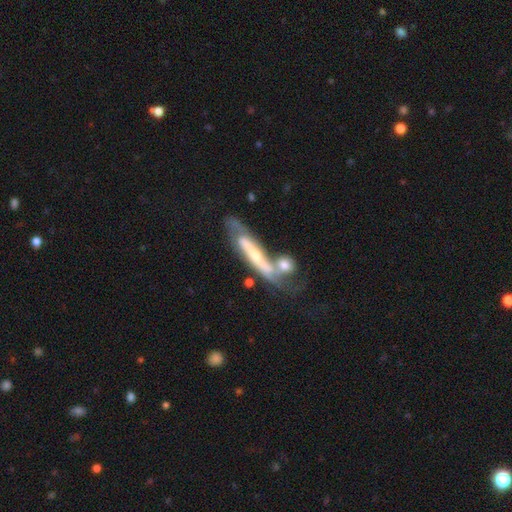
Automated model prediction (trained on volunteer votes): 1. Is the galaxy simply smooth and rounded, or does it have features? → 71% featured or disk, 23% smooth, 6% star or artifact.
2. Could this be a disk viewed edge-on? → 51% yes, 49% no.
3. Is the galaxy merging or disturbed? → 36% merger, 34% none, 17% minor disturbance, 12% major disturbance.